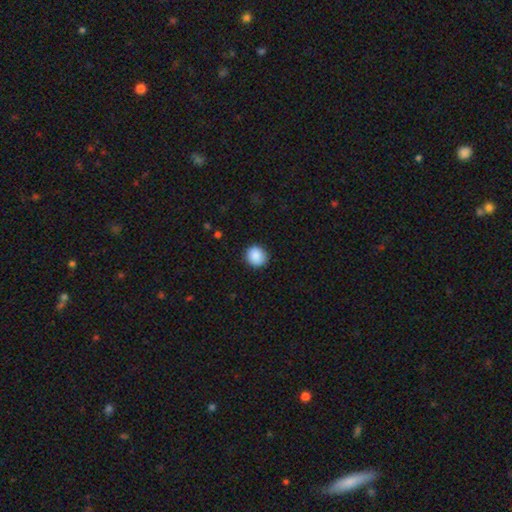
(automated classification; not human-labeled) This is clearly a smooth galaxy (88%). How rounded: clearly round (88%). Merging: clearly none (89%).